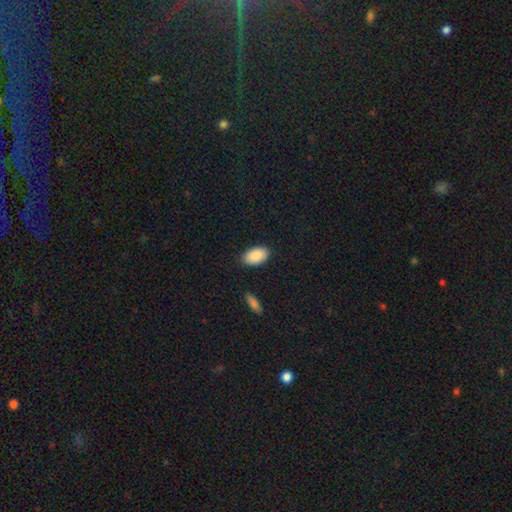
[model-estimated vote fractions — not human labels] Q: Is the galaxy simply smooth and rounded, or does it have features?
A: smooth — 90%.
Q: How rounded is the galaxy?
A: in between — 94%.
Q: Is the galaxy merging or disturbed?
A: none — 86%.